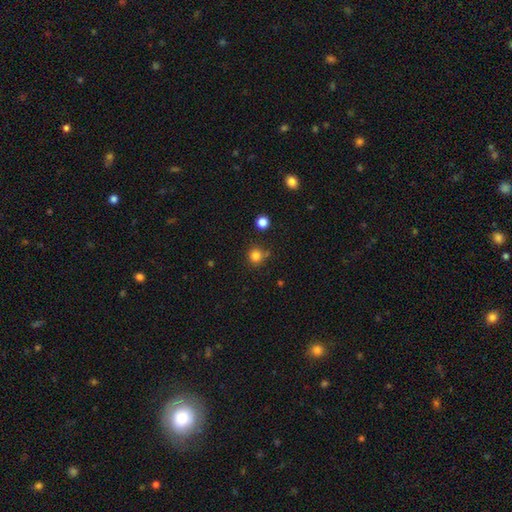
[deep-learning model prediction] smooth-or-featured: smooth: 82% | star or artifact: 13% | featured or disk: 5%
  how-rounded: round: 92% | in between: 7% | cigar-shaped: 1%
  merging: none: 78% | minor disturbance: 12% | merger: 7% | major disturbance: 3%